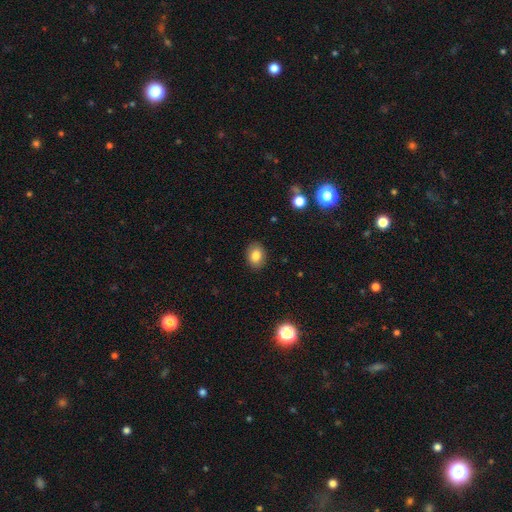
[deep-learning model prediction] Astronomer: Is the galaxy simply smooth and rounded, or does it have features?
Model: smooth — 83%.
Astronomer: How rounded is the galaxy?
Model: in between — 67%.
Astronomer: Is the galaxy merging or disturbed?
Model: none — 88%.